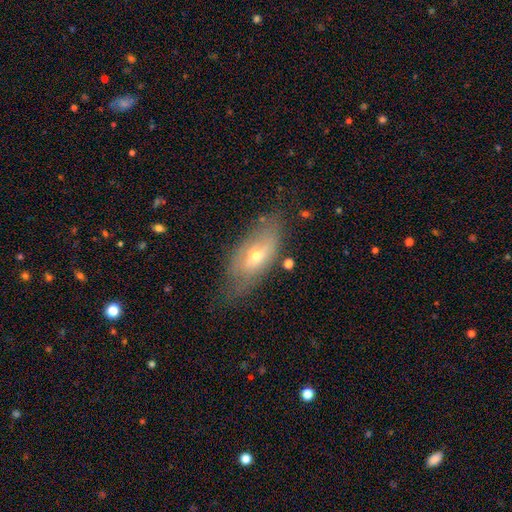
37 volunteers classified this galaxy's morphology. Q: Smooth or featured?
A: smooth (51%); runner-up: featured or disk (46%)
Q: How rounded?
A: in between (84%); runner-up: cigar-shaped (11%)
Q: Merging?
A: none (78%); runner-up: minor disturbance (17%)